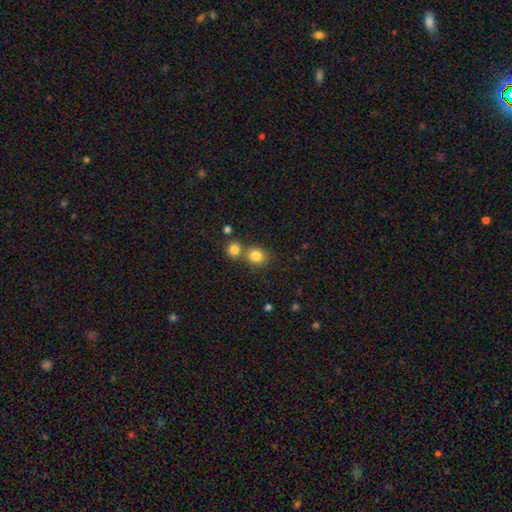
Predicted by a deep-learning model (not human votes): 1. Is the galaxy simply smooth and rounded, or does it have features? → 82% smooth, 12% star or artifact, 6% featured or disk.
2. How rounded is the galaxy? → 77% round, 22% in between, 1% cigar-shaped.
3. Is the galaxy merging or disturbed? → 58% none, 30% merger, 9% minor disturbance, 3% major disturbance.